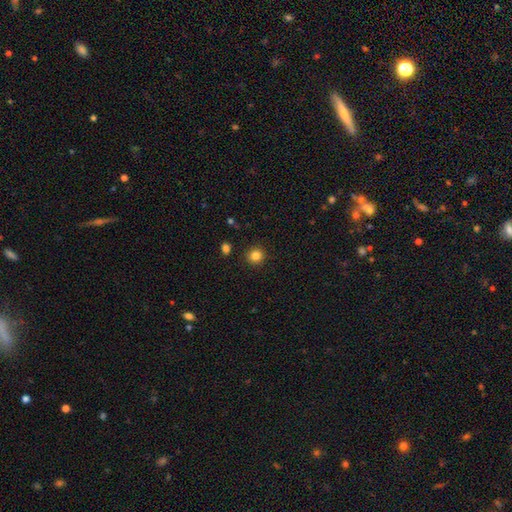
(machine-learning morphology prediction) smooth_or_featured: smooth (p=0.84) [alt: star or artifact p=0.12]
how_rounded: round (p=0.92) [alt: in between p=0.07]
merging: none (p=0.91) [alt: minor disturbance p=0.06]